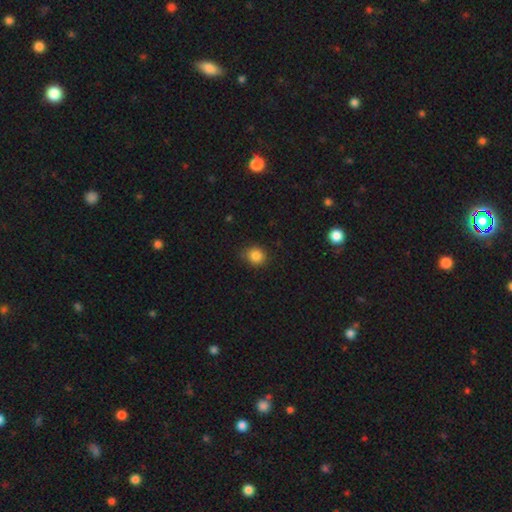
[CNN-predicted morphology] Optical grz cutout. It shows a smooth galaxy with no disk features (85%) that is round (82%). Merging: none (80%).